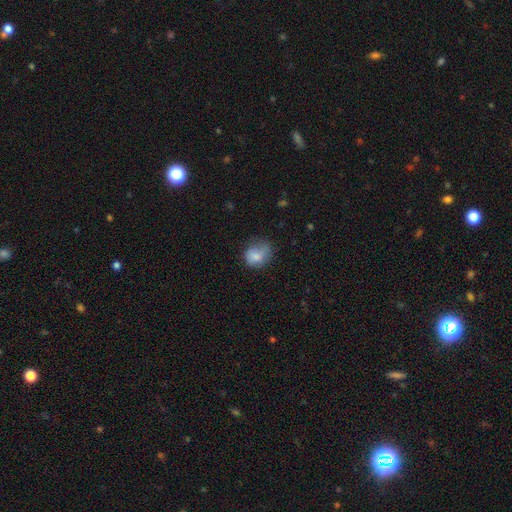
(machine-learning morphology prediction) smooth-or-featured: smooth: 78% | featured or disk: 13% | star or artifact: 9%
  how-rounded: round: 53% | in between: 46% | cigar-shaped: 1%
  merging: none: 46% | minor disturbance: 33% | major disturbance: 18% | merger: 4%